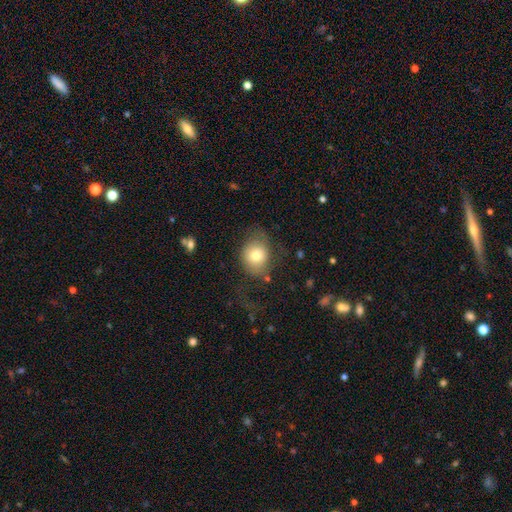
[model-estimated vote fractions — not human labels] Morphology: type=smooth (73%); roundness=round (67%); merging=none (50%).